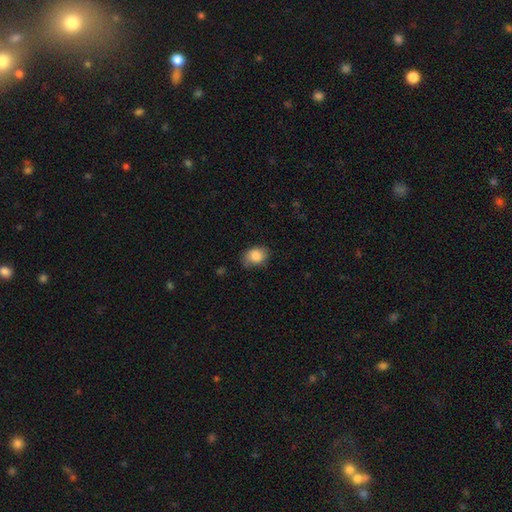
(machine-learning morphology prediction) smooth 85%, star or artifact 8%, featured or disk 7%. Down the decision tree: how rounded — in between (63%); merging — none (70%).